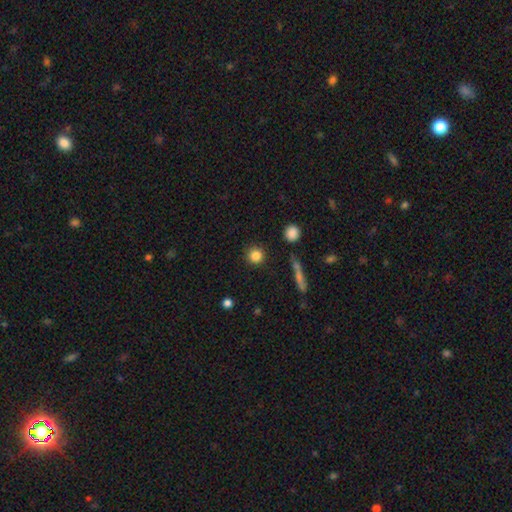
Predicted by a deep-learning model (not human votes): A smooth galaxy with no disk features (84%) that is round (93%). Merging: none (89%).